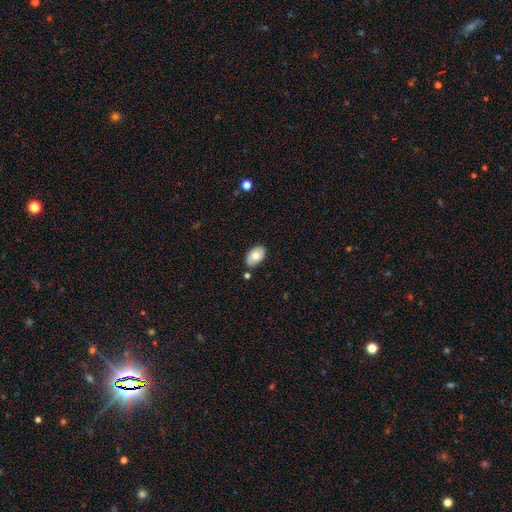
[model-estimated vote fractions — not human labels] A smooth galaxy with no disk features (69%) that is in between round and cigar-shaped (91%).

Vote fractions:
- Smooth or featured? smooth: 69% / featured or disk: 24% / star or artifact: 7%
- How rounded? in between: 91% / round: 8% / cigar-shaped: 1%
- Merging? none: 80% / minor disturbance: 13% / merger: 4% / major disturbance: 3%